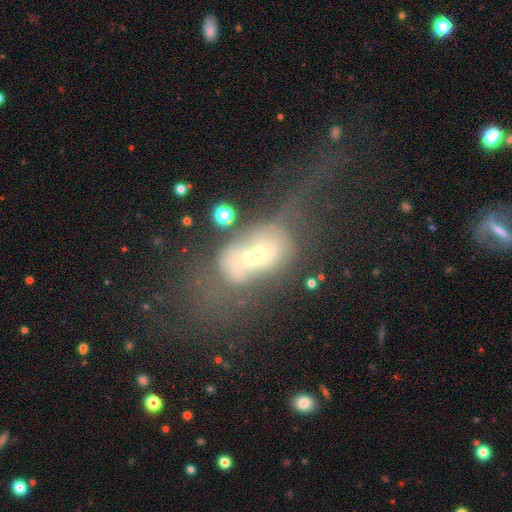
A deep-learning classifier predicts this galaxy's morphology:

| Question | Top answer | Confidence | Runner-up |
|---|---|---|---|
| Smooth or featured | featured or disk | 49% | smooth (37%) |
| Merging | major disturbance | 51% | none (19%) |